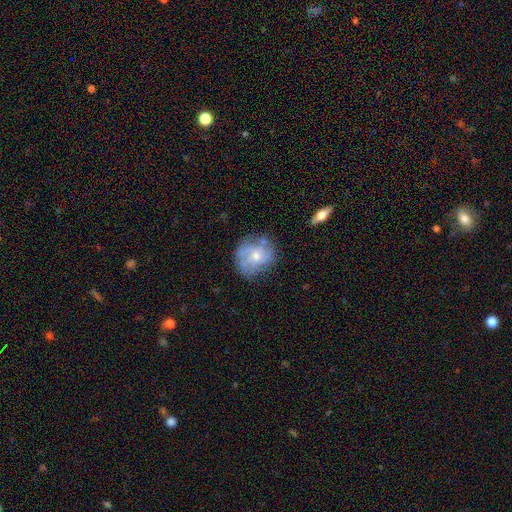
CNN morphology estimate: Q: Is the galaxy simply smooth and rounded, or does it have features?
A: featured or disk — 68%.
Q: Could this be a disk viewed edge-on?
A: no — 98%.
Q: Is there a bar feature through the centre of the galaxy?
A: no — 75%.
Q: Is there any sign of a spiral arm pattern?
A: yes — 82%.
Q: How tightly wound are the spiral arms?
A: tight — 43%.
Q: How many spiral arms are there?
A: can't tell — 36%.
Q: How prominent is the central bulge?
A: small — 49%.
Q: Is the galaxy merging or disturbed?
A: none — 67%.